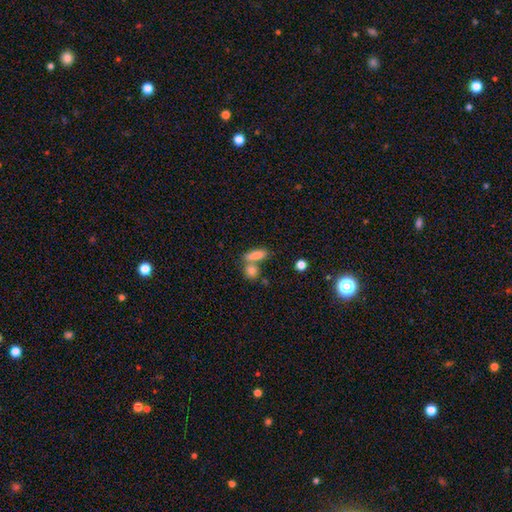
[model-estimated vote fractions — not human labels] A smooth galaxy with no disk features (81%) that is in between round and cigar-shaped (61%).

Vote fractions:
- Smooth or featured? smooth: 81% / featured or disk: 10% / star or artifact: 9%
- How rounded? in between: 61% / cigar-shaped: 31% / round: 7%
- Merging? none: 44% / merger: 42% / minor disturbance: 10% / major disturbance: 5%